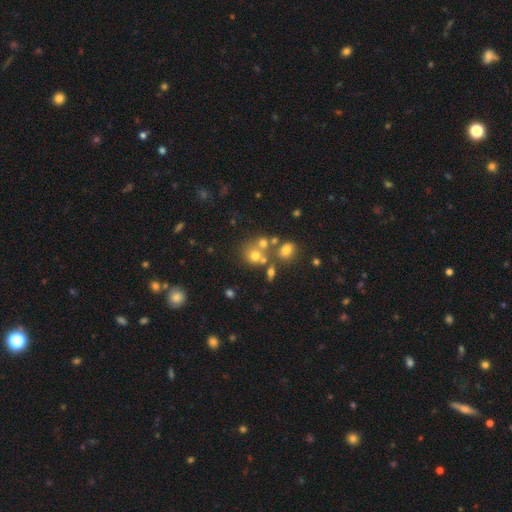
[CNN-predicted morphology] A smooth galaxy with no disk features (64%) that is round (80%).

Vote fractions:
- Smooth or featured? smooth: 64% / star or artifact: 19% / featured or disk: 18%
- How rounded? round: 80% / in between: 19% / cigar-shaped: 1%
- Merging? none: 50% / merger: 33% / minor disturbance: 11% / major disturbance: 6%